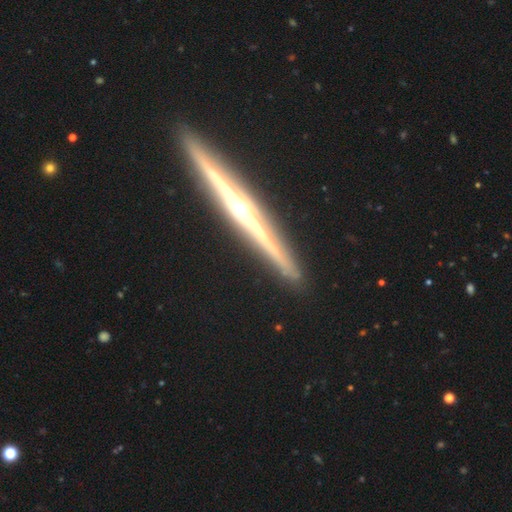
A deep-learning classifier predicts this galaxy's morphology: This is clearly a featured or disk galaxy (88%). It is clearly viewed edge-on (98%). Edge-on bulge: clearly rounded (82%). Merging: clearly none (93%).